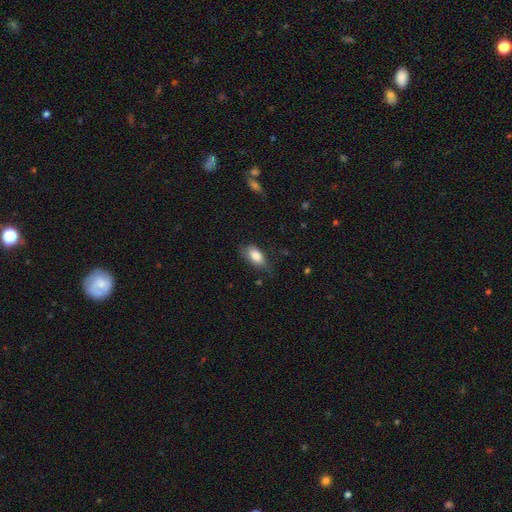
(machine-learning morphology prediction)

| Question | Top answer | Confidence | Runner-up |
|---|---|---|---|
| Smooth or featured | smooth | 81% | featured or disk (12%) |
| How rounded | in between | 89% | cigar-shaped (7%) |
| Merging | none | 62% | minor disturbance (29%) |